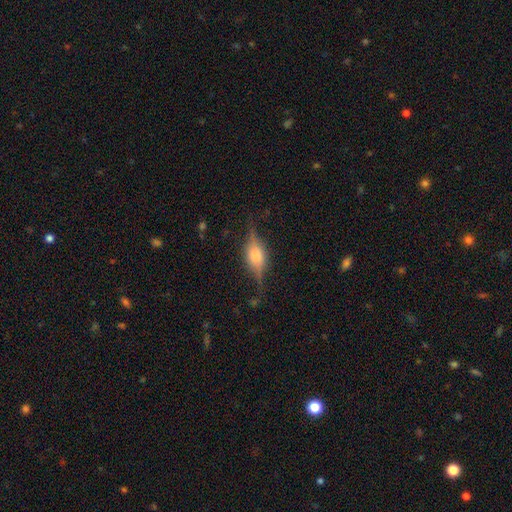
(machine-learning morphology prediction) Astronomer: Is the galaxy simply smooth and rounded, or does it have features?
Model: featured or disk — 59%.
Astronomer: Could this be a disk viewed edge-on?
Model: yes — 92%.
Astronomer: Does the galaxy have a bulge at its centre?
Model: rounded — 84%.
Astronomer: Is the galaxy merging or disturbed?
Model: none — 69%.